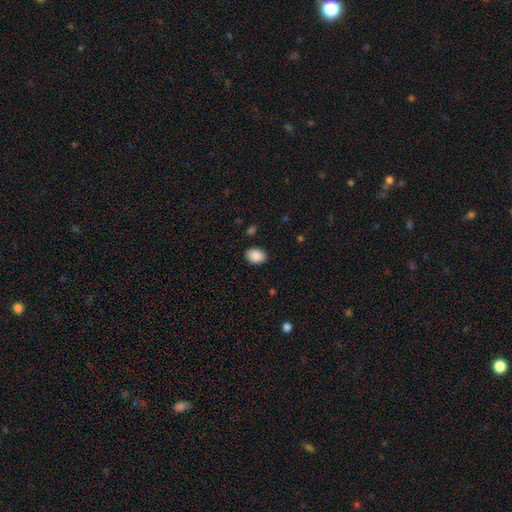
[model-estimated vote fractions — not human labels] Q: Smooth or featured?
A: smooth (89%); runner-up: star or artifact (7%)
Q: How rounded?
A: in between (73%); runner-up: round (27%)
Q: Merging?
A: none (87%); runner-up: minor disturbance (10%)